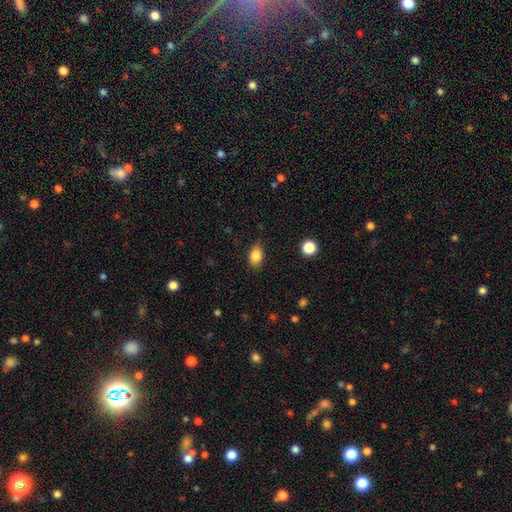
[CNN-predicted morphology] Smooth or featured? Predicted: smooth (p=0.83). How rounded? Predicted: in between (p=0.83). Merging? Predicted: none (p=0.82).